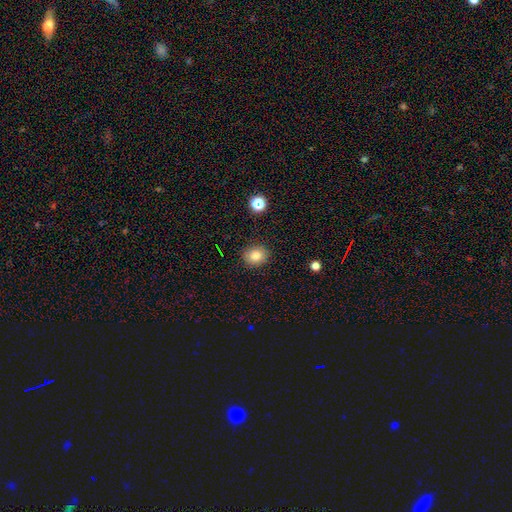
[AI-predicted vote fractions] Morphology: type=smooth (80%); roundness=round (68%); merging=none (87%).